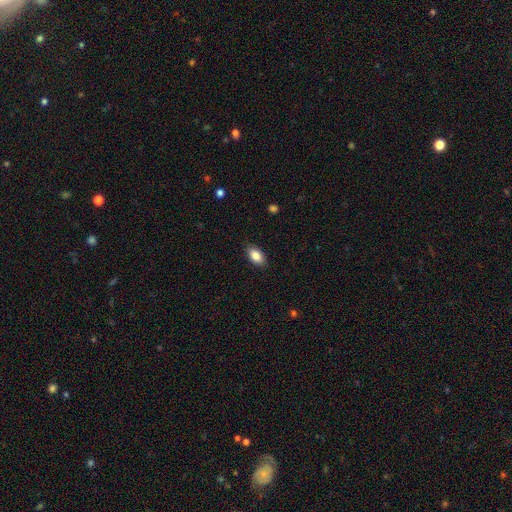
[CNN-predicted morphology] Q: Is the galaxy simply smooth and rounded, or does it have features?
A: smooth — 85%.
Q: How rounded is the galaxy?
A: in between — 92%.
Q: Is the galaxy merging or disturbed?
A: none — 88%.